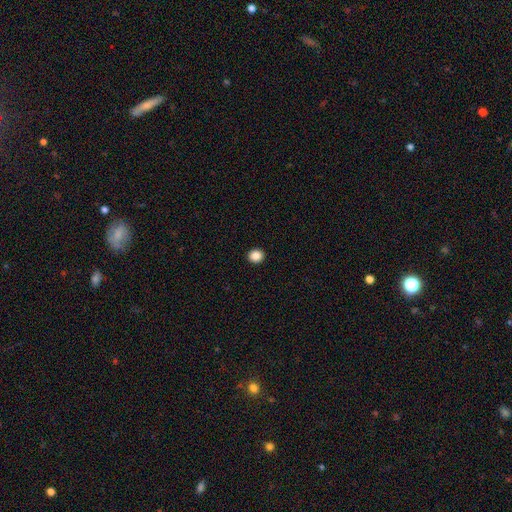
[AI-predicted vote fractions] Overall: smooth (87%). How rounded: round (79%). Merging: none (93%).